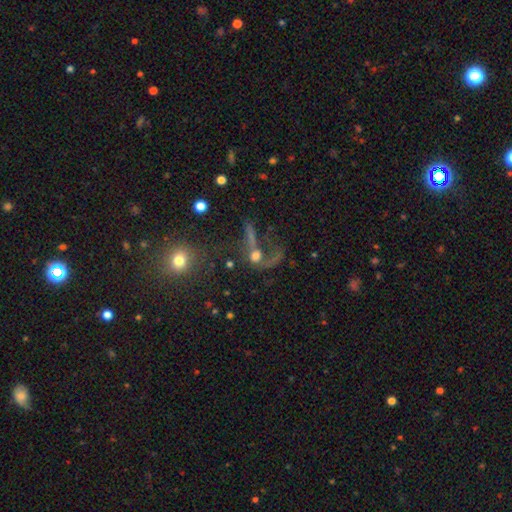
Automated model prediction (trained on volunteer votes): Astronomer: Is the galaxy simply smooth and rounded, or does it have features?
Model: featured or disk — 43% (runner-up: smooth, 36%).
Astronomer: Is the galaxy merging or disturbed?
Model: major disturbance — 36% (runner-up: merger, 30%).